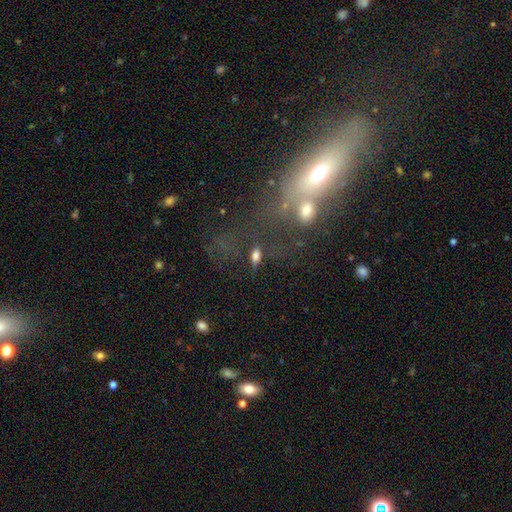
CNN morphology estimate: type=smooth (63%); roundness=in between (74%); merging=none (59%).